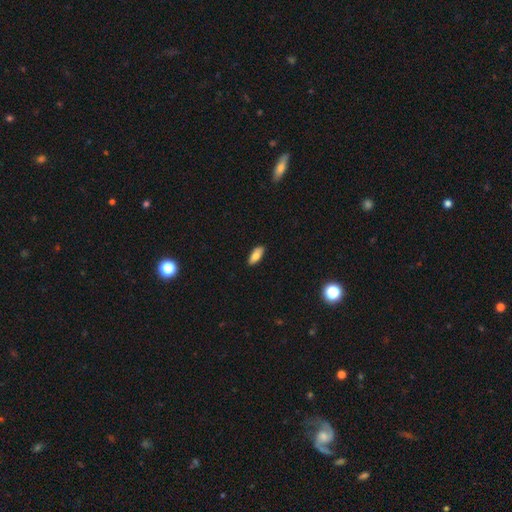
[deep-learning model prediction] The model was most divided on "smooth or featured": smooth: 77%, featured or disk: 16%, star or artifact: 7%. More confident: merging — none (88%); how rounded — in between (80%).